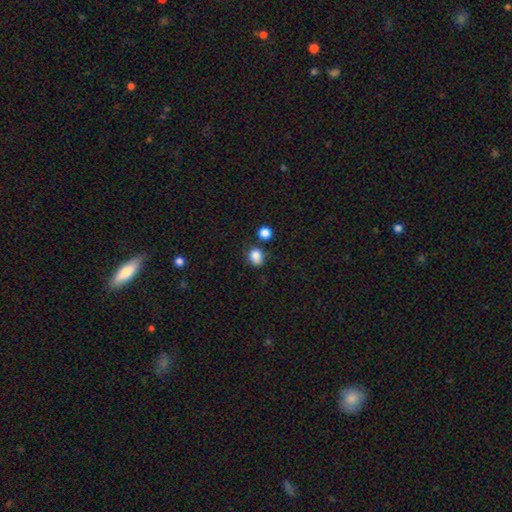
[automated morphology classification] Smooth or featured? Predicted: smooth (p=0.83). How rounded? Predicted: round (p=0.63). Merging? Predicted: none (p=0.58).